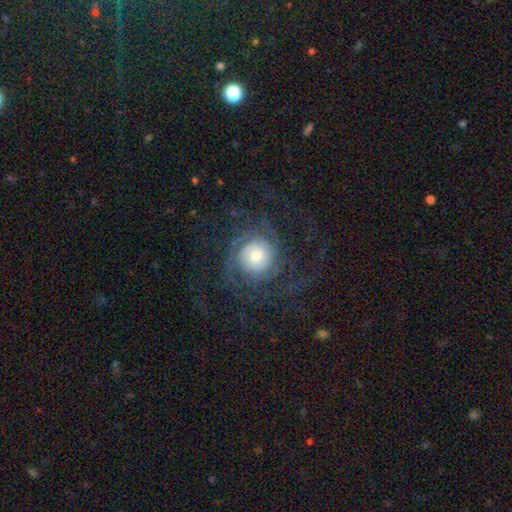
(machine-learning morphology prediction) A featured or disk galaxy (73%) with no bar (76%), tight (47%) spiral arms (94%) and a moderate central bulge (46%).

Vote fractions:
- Smooth or featured? featured or disk: 73% / smooth: 17% / star or artifact: 10%
- Edge-on disk? no: 97% / yes: 3%
- Bar? no: 76% / weak: 20% / strong: 4%
- Spiral arms? yes: 94% / no: 6%
- Spiral winding? tight: 47% / medium: 33% / loose: 20%
- Spiral arm count? can't tell: 29% / 2: 20% / 3: 18% / 4: 12% / 1: 10% / more than 4: 10%
- Bulge size? moderate: 46% / large: 31% / small: 16% / dominant: 5% / none: 2%
- Merging? none: 68% / major disturbance: 19% / minor disturbance: 12% / merger: 1%